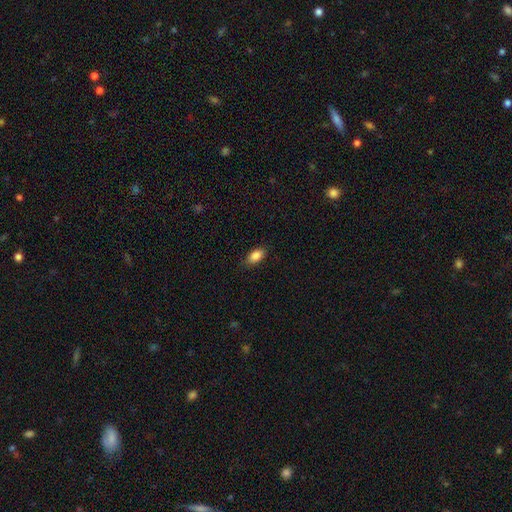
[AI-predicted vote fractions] Overall: smooth (88%). How rounded: in between (91%). Merging: none (84%).